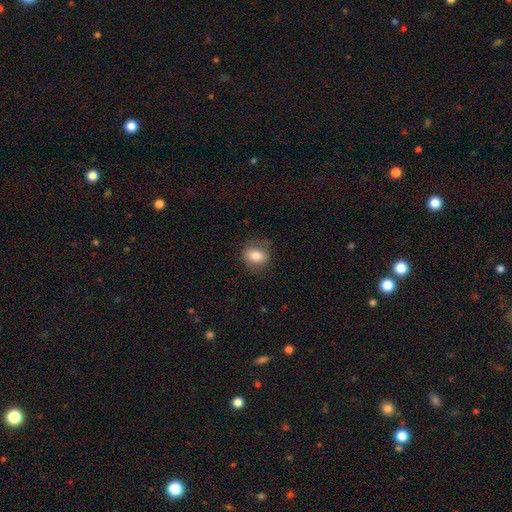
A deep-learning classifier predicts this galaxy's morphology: smooth-or-featured: smooth: 77% | featured or disk: 14% | star or artifact: 8%
  how-rounded: in between: 60% | round: 39% | cigar-shaped: 2%
  merging: none: 79% | minor disturbance: 15% | major disturbance: 5% | merger: 1%